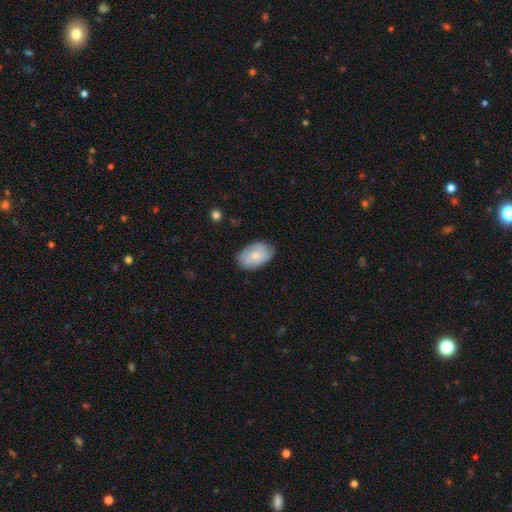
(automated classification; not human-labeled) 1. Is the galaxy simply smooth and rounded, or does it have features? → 60% smooth, 33% featured or disk, 6% star or artifact.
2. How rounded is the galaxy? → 89% in between, 9% round, 1% cigar-shaped.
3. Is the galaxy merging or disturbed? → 73% none, 22% minor disturbance, 4% major disturbance, 1% merger.